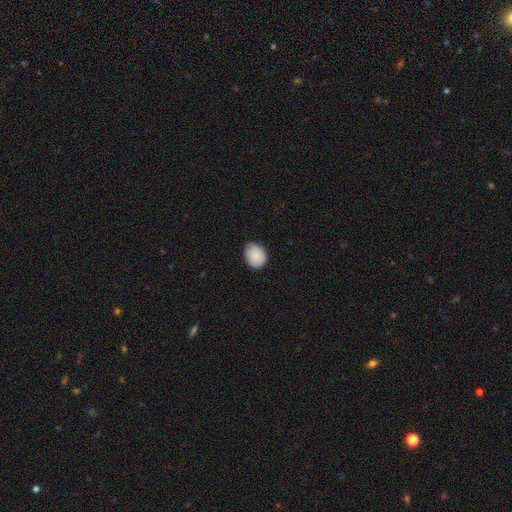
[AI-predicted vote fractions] A smooth galaxy with no disk features (88%) that is in between round and cigar-shaped (52%).

Vote fractions:
- Smooth or featured? smooth: 88% / star or artifact: 7% / featured or disk: 5%
- How rounded? in between: 52% / round: 47% / cigar-shaped: 1%
- Merging? none: 73% / minor disturbance: 23% / major disturbance: 3% / merger: 1%